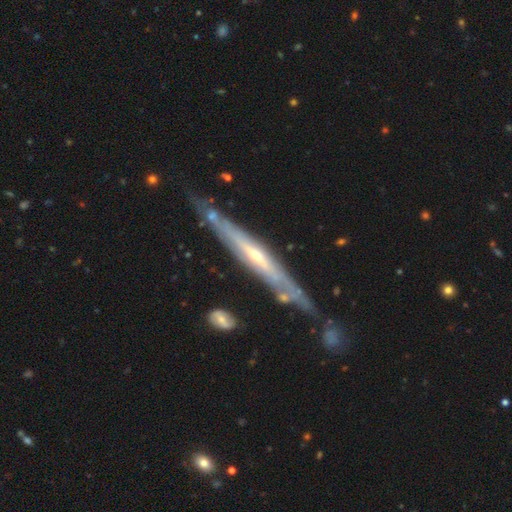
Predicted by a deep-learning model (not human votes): The model was most divided on "edge-on bulge": rounded: 61%, none: 35%, boxy: 4%. More confident: smooth or featured — featured or disk (83%); edge-on disk — yes (76%); merging — none (70%).